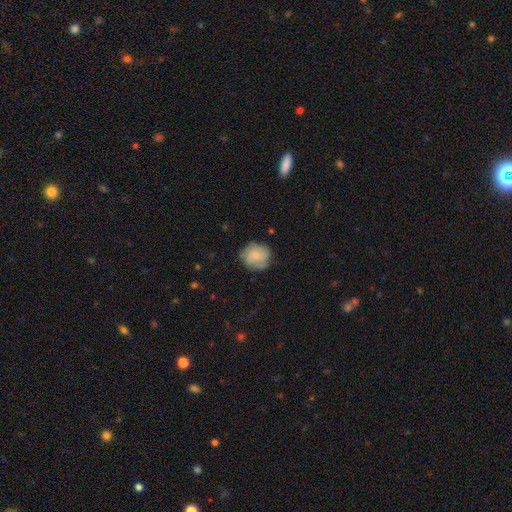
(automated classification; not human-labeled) smooth 73%, featured or disk 19%, star or artifact 8%. Down the decision tree: how rounded — round (88%); merging — none (75%).